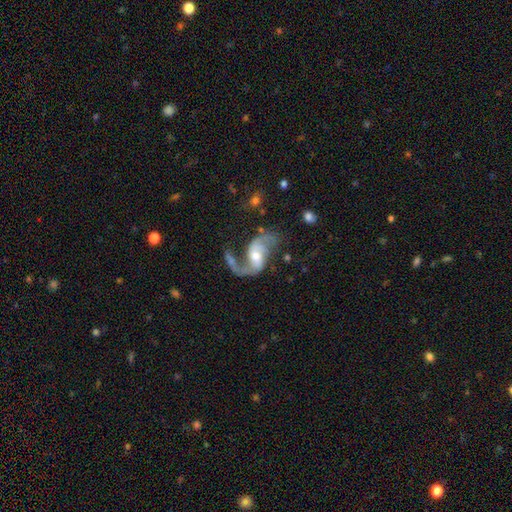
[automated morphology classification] featured or disk 86%, smooth 8%, star or artifact 6%. Down the decision tree: edge-on disk — no (97%); bar — weak (43%); spiral arms — yes (94%); spiral arm count — 2 (82%); spiral winding — loose (67%); bulge size — moderate (59%); merging — none (43%).